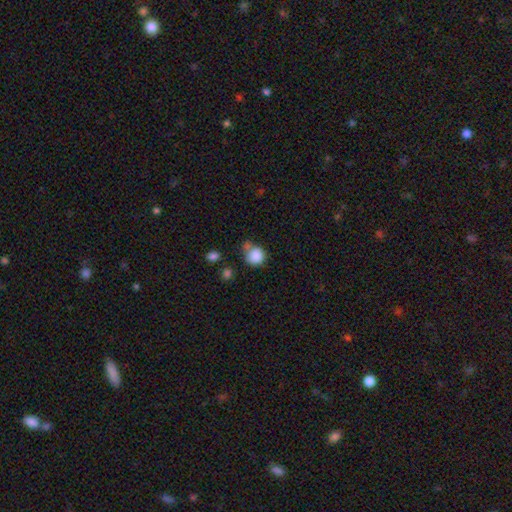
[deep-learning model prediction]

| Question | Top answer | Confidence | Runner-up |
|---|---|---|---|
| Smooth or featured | smooth | 86% | star or artifact (9%) |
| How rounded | round | 85% | in between (14%) |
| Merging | none | 52% | minor disturbance (22%) |